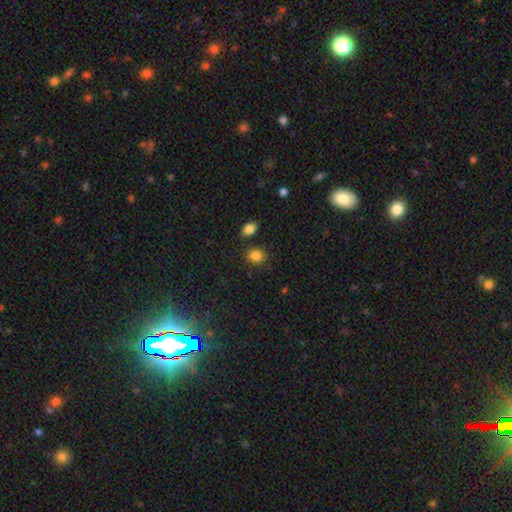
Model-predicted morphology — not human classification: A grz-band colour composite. It shows a smooth galaxy with no disk features (85%) that is round (75%). Merging: none (82%).